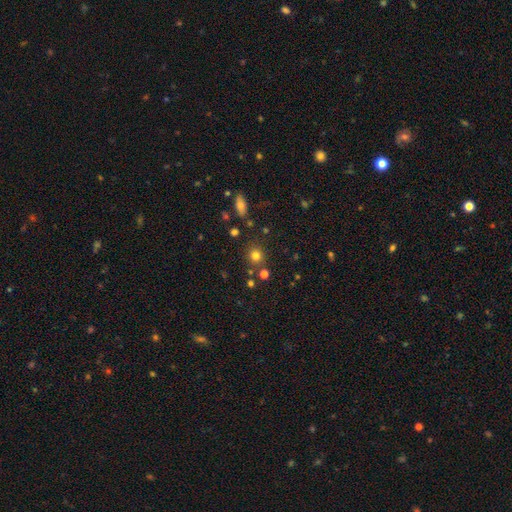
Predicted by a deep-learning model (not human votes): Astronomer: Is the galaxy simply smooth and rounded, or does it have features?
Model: smooth — 77%.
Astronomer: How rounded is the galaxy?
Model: round — 87%.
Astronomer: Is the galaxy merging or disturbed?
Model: none — 82%.